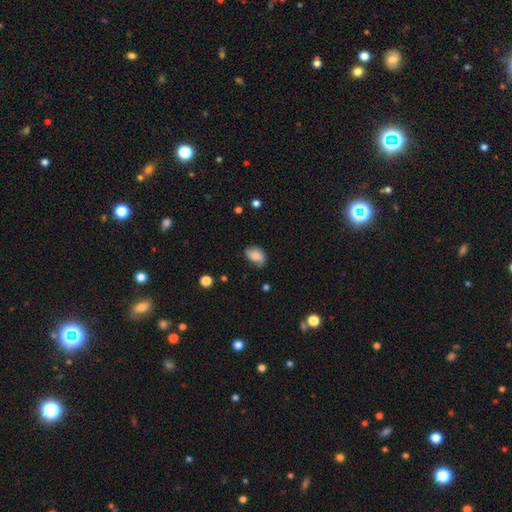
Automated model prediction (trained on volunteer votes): Morphology: type=smooth (74%); roundness=in between (82%); merging=none (58%).